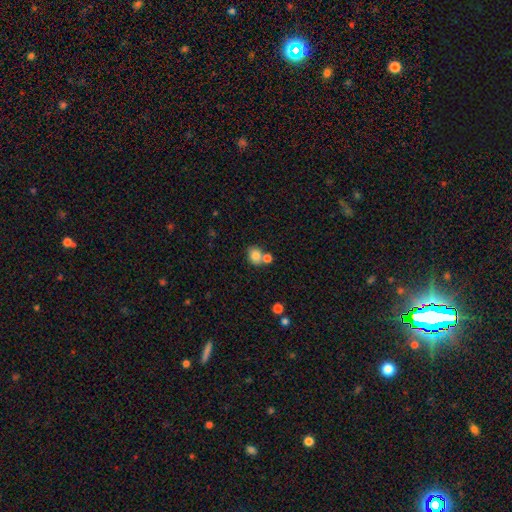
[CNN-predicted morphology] A smooth galaxy with no disk features (82%) that is round (69%).

Vote fractions:
- Smooth or featured? smooth: 82% / star or artifact: 10% / featured or disk: 8%
- How rounded? round: 69% / in between: 30% / cigar-shaped: 1%
- Merging? none: 56% / merger: 31% / minor disturbance: 10% / major disturbance: 3%